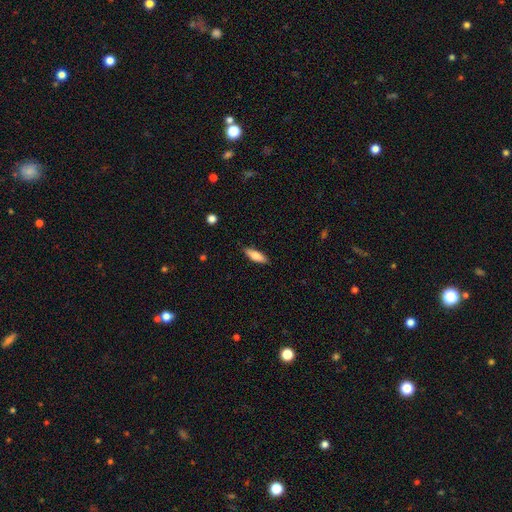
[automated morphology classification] Overall: smooth (76%). How rounded: cigar-shaped (49%, tied with in between). Merging: none (87%).